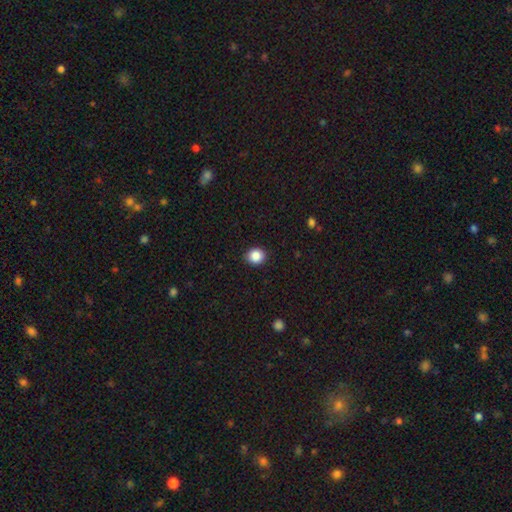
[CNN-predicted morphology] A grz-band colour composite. It shows a smooth galaxy with no disk features (87%) that is round (84%). Merging: none (91%).